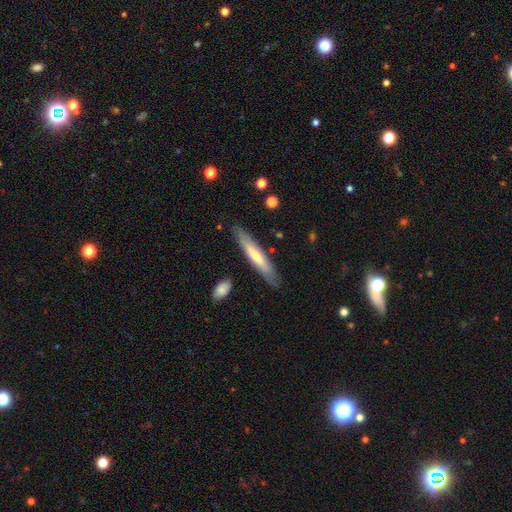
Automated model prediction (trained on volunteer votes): Smooth or featured? smooth (51%)
How rounded? cigar-shaped (89%)
Merging? none (86%)